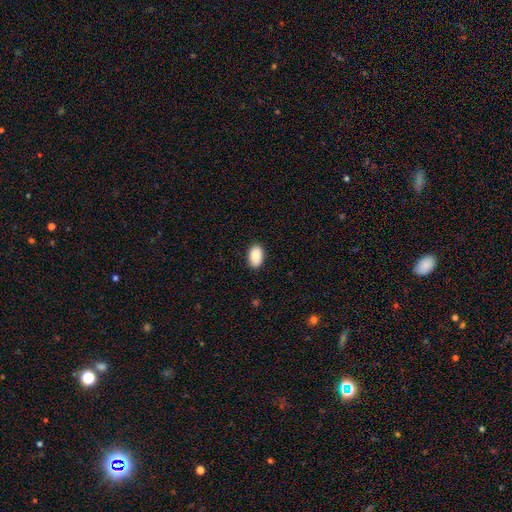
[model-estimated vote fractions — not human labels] Smooth or featured: smooth — 89% (star or artifact — 7%)
How rounded: in between — 92% (round — 7%)
Merging: none — 88% (minor disturbance — 9%)